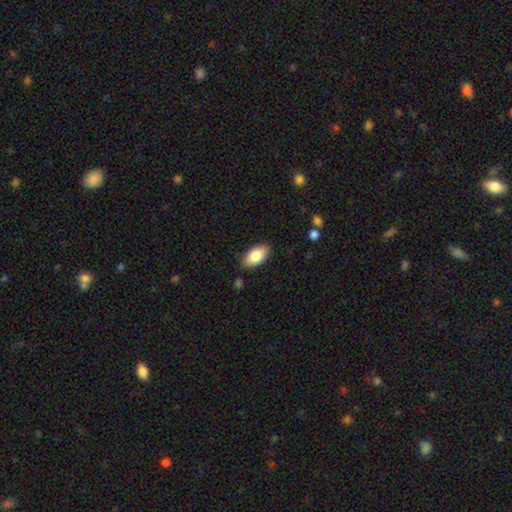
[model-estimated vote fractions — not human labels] Smooth or featured? Predicted: smooth (p=0.83). How rounded? Predicted: in between (p=0.93). Merging? Predicted: none (p=0.85).